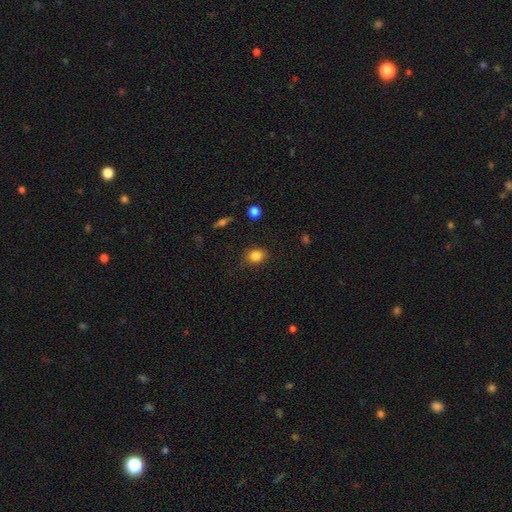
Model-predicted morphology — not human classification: This appears to be a smooth galaxy with no disk features (84%) that is round (55%). Merging: none (80%).